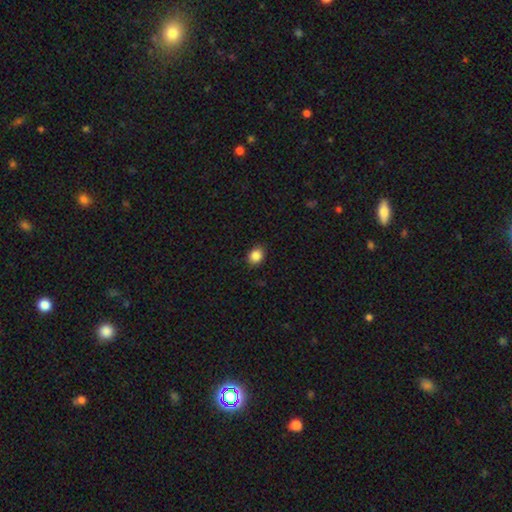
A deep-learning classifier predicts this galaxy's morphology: type=smooth (87%); roundness=round (51%); merging=none (88%).